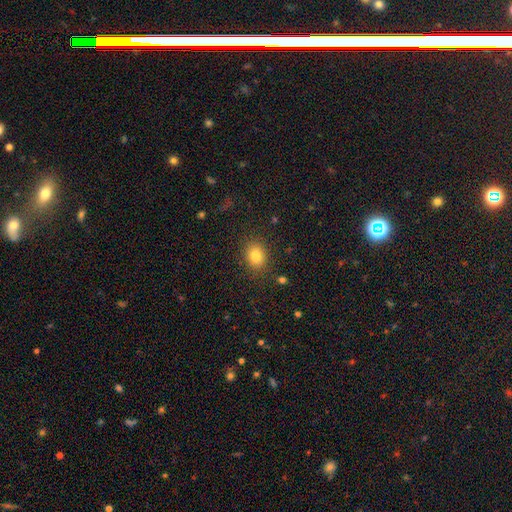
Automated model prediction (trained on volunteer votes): A smooth galaxy with no disk features (82%) that is round (51%).

Vote fractions:
- Smooth or featured? smooth: 82% / star or artifact: 11% / featured or disk: 7%
- How rounded? round: 51% / in between: 48% / cigar-shaped: 1%
- Merging? none: 85% / minor disturbance: 10% / major disturbance: 3% / merger: 2%